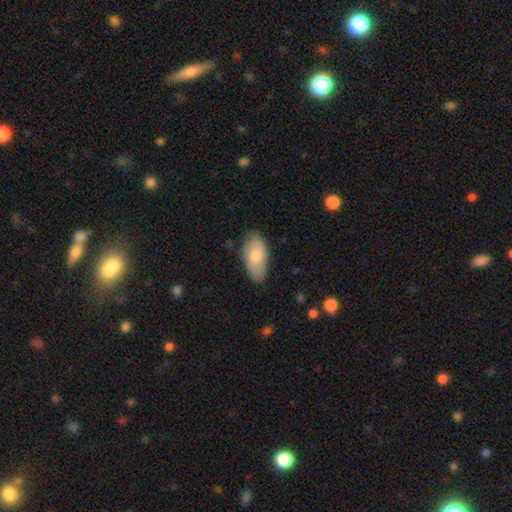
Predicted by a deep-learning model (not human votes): Smooth or featured? Predicted: smooth (p=0.72). How rounded? Predicted: in between (p=0.94). Merging? Predicted: none (p=0.75).